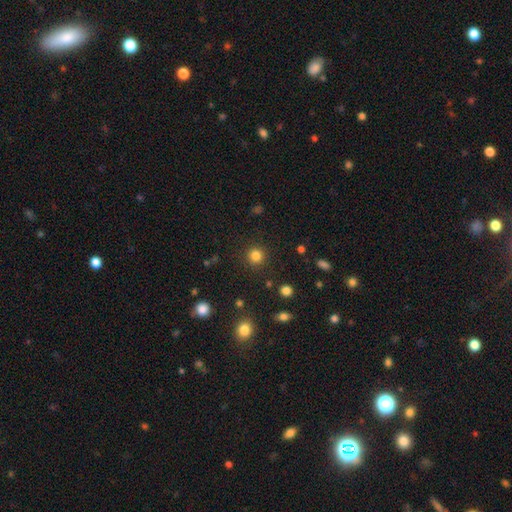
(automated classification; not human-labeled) Smooth or featured? Predicted: smooth (p=0.82). How rounded? Predicted: round (p=0.94). Merging? Predicted: none (p=0.90).